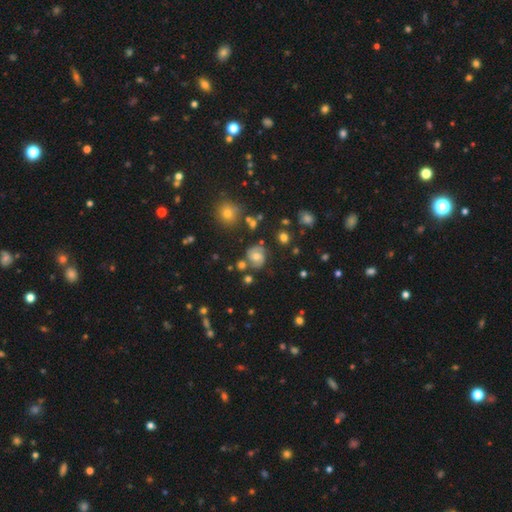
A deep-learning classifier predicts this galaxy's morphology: smooth_or_featured: featured or disk (p=0.52) [alt: smooth p=0.34]
disk_edge_on: no (p=0.97) [alt: yes p=0.03]
bar: no (p=0.65) [alt: weak p=0.28]
has_spiral_arms: yes (p=0.84) [alt: no p=0.16]
bulge_size: moderate (p=0.65) [alt: small p=0.25]
merging: none (p=0.73) [alt: minor disturbance p=0.15]